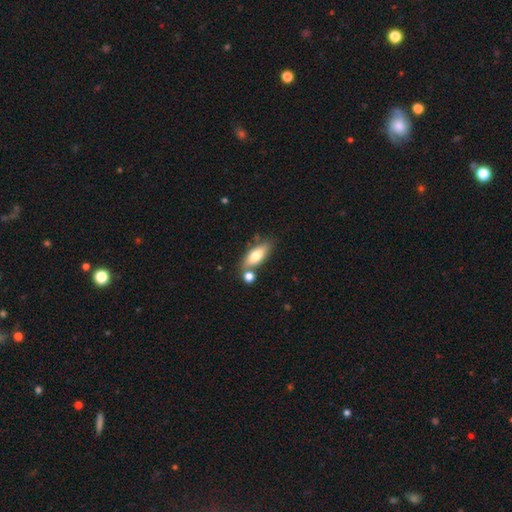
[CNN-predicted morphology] smooth-or-featured: smooth: 70% | featured or disk: 23% | star or artifact: 7%
  how-rounded: in between: 72% | cigar-shaped: 25% | round: 4%
  merging: none: 66% | merger: 17% | minor disturbance: 14% | major disturbance: 4%